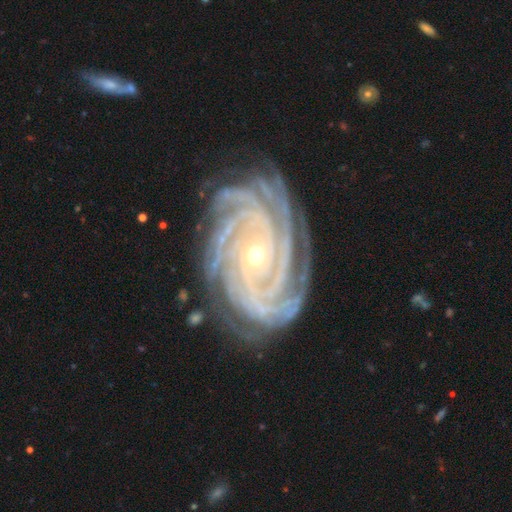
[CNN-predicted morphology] Q: Smooth or featured?
A: featured or disk (93%); runner-up: star or artifact (4%)
Q: Edge-on disk?
A: no (97%); runner-up: yes (3%)
Q: Bar?
A: no (69%); runner-up: weak (19%)
Q: Spiral arms?
A: yes (99%); runner-up: no (1%)
Q: Spiral winding?
A: tight (83%); runner-up: medium (15%)
Q: Spiral arm count?
A: more than 4 (35%); runner-up: 4 (26%)
Q: Bulge size?
A: small (63%); runner-up: moderate (34%)
Q: Merging?
A: none (79%); runner-up: minor disturbance (15%)